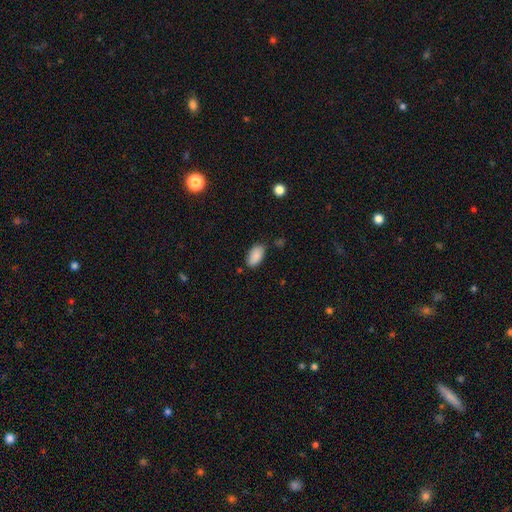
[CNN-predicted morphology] A smooth galaxy with no disk features (89%) that is in between round and cigar-shaped (94%).

Vote fractions:
- Smooth or featured? smooth: 89% / star or artifact: 7% / featured or disk: 4%
- How rounded? in between: 94% / cigar-shaped: 3% / round: 3%
- Merging? none: 78% / minor disturbance: 16% / major disturbance: 3% / merger: 3%